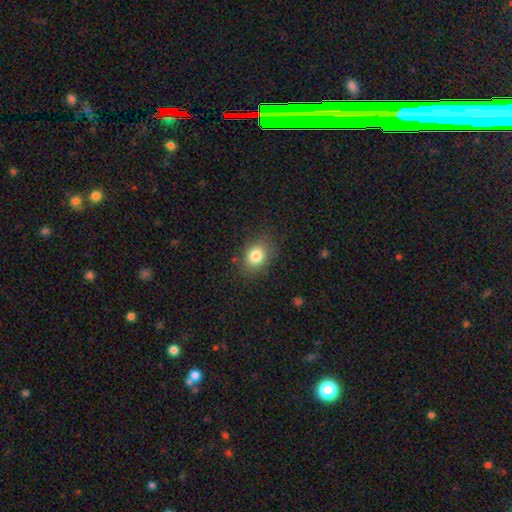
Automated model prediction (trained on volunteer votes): Morphology: type=smooth (82%); roundness=in between (58%); merging=none (83%).